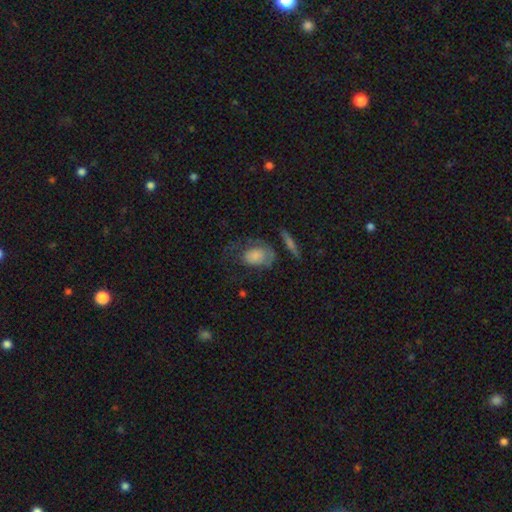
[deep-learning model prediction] Smooth or featured? Predicted: smooth (p=0.64). How rounded? Predicted: in between (p=0.75). Merging? Predicted: major disturbance (p=0.36).